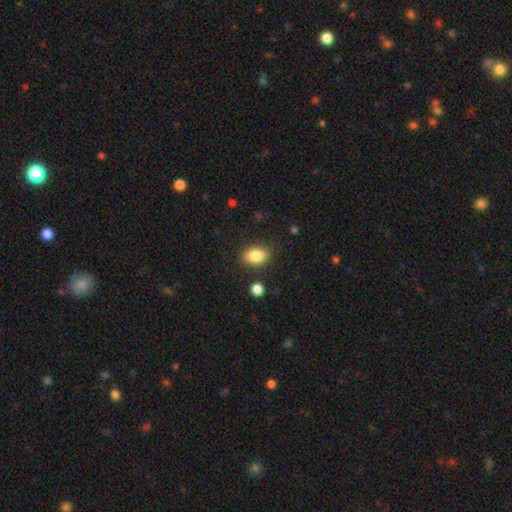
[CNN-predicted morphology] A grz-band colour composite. It shows a smooth galaxy with no disk features (85%) that is in between round and cigar-shaped (82%). Merging: none (83%).